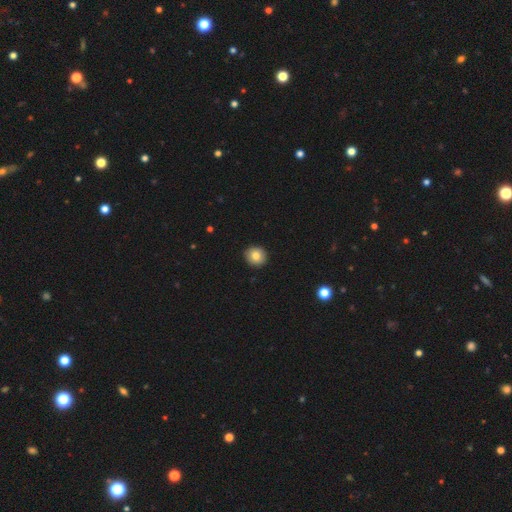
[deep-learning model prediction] A smooth galaxy with no disk features (82%) that is round (88%). Merging: none (92%).